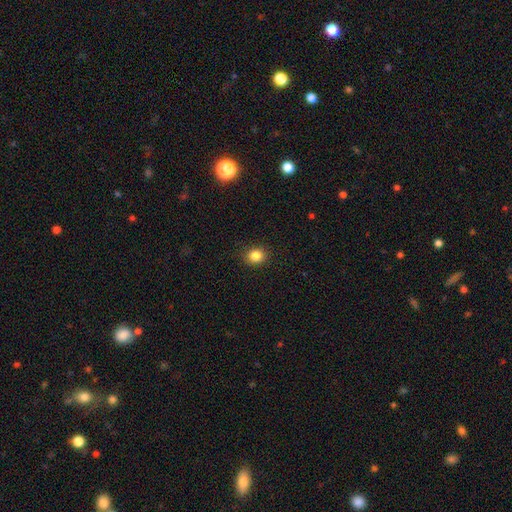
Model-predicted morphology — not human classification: Smooth or featured: smooth — 84% (star or artifact — 11%)
How rounded: round — 74% (in between — 26%)
Merging: none — 90% (minor disturbance — 7%)